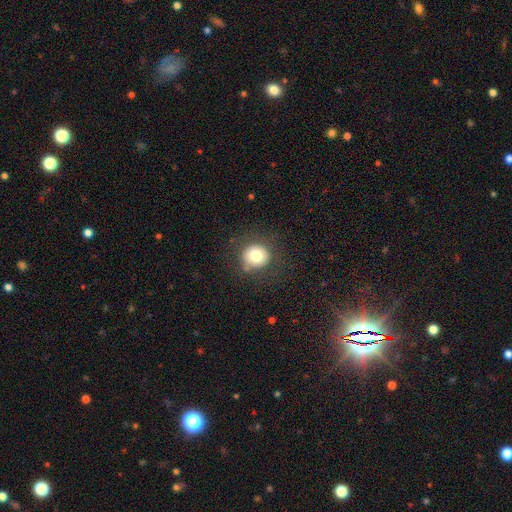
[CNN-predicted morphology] This is likely a smooth galaxy (77%). How rounded: clearly round (90%). Merging: clearly none (81%).